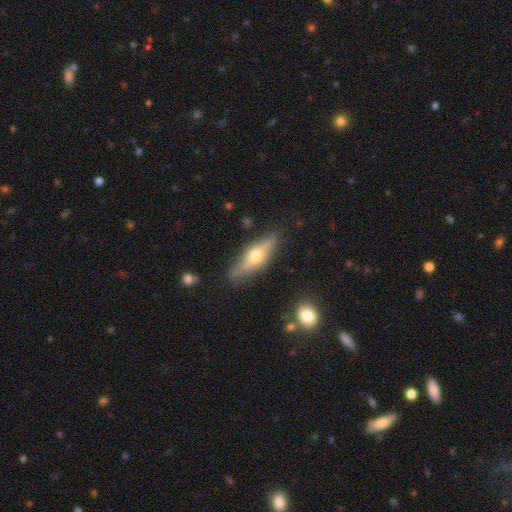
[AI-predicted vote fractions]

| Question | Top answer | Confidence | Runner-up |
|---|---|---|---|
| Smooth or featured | featured or disk | 56% | smooth (38%) |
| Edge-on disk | yes | 89% | no (11%) |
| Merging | none | 83% | minor disturbance (12%) |